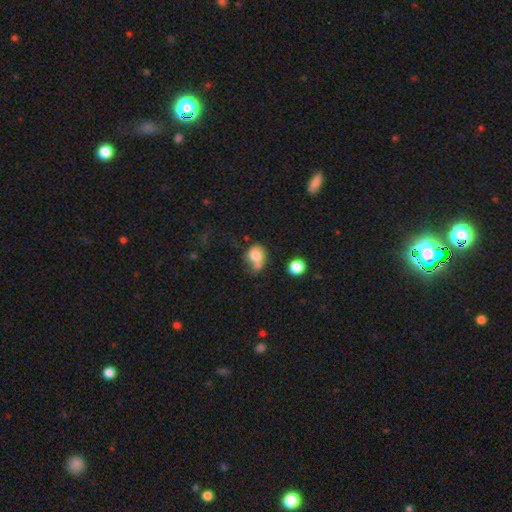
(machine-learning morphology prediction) Overall: smooth (66%). How rounded: round (54%; in between 45%). Merging: none (33%; merger 25%).